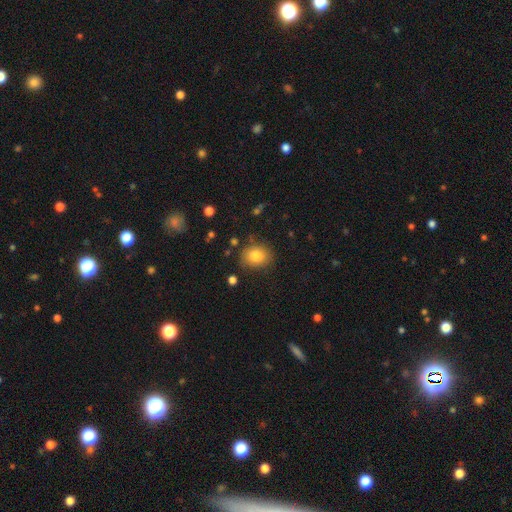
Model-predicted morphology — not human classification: Smooth or featured: smooth — 82% (star or artifact — 9%)
How rounded: round — 54% (in between — 46%)
Merging: none — 77% (minor disturbance — 16%)